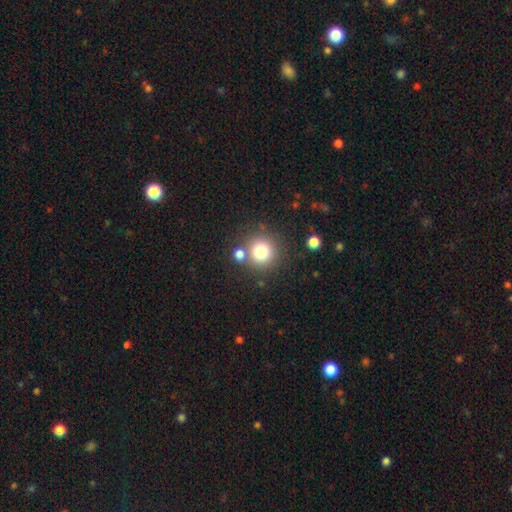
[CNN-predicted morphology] A smooth galaxy with no disk features (78%) that is round (93%).

Vote fractions:
- Smooth or featured? smooth: 78% / star or artifact: 13% / featured or disk: 9%
- How rounded? round: 93% / in between: 6% / cigar-shaped: 1%
- Merging? none: 74% / merger: 14% / minor disturbance: 8% / major disturbance: 3%